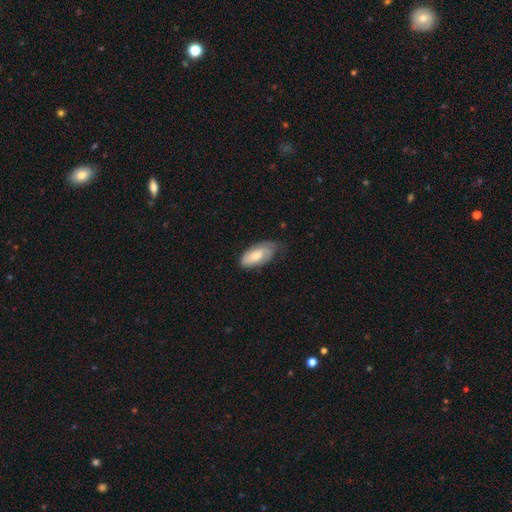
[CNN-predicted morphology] This is likely a smooth galaxy (69%). How rounded: clearly in between (90%). Merging: possibly none (52%).